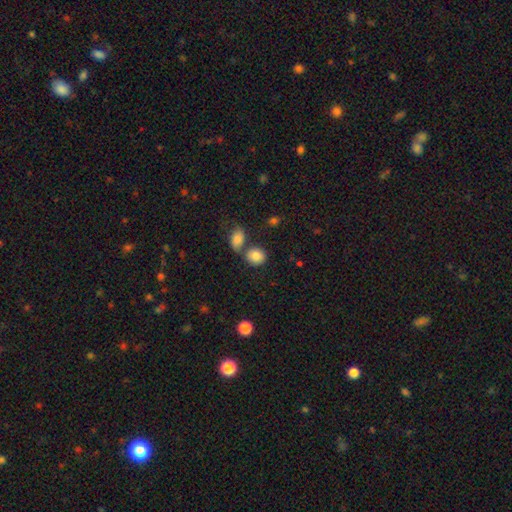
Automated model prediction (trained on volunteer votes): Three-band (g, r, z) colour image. It shows a smooth galaxy with no disk features (83%) that is round (66%). Merging: none (54%).